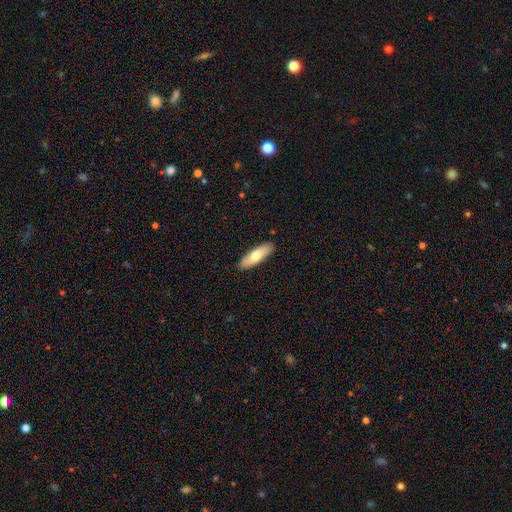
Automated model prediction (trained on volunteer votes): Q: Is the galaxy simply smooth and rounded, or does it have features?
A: smooth — 69%.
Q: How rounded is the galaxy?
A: cigar-shaped — 52%.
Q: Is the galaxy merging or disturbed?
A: none — 89%.